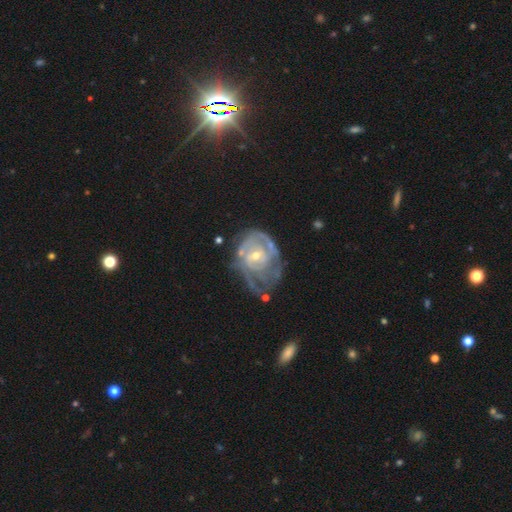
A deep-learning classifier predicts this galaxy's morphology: A featured or disk galaxy (82%) with no bar (60%), tight (64%) spiral arms (83%) and a small central bulge (58%). Merging: none (36%).